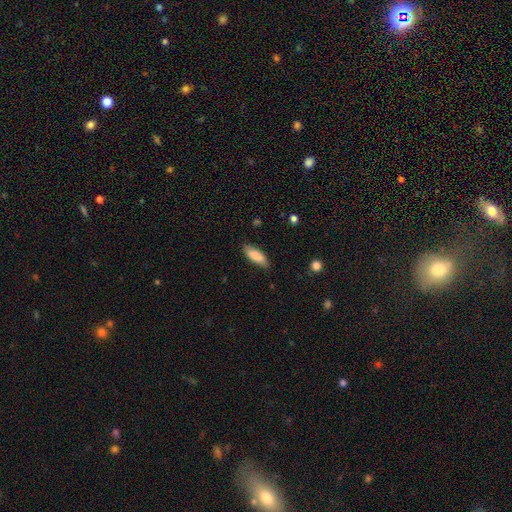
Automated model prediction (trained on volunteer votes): Overall: smooth (86%). How rounded: in between (66%; cigar-shaped 32%). Merging: none (84%).